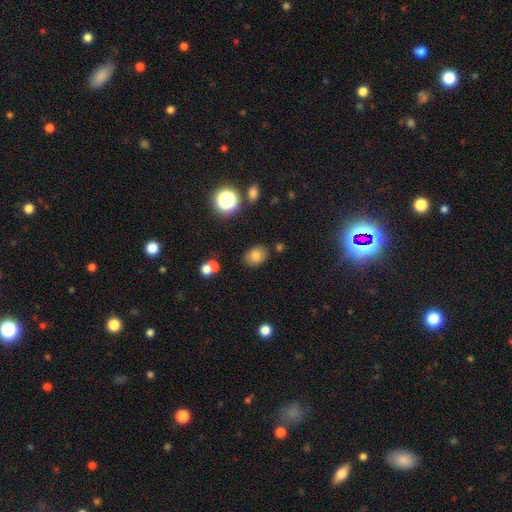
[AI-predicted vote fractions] This is likely a smooth galaxy (79%). How rounded: likely in between (69%). Merging: clearly none (81%).